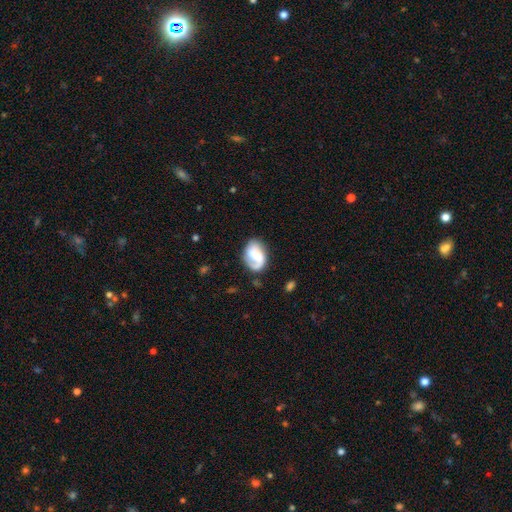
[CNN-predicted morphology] Smooth or featured? Predicted: featured or disk (p=0.65). Edge-on disk? Predicted: no (p=0.97). Bar? Predicted: weak (p=0.41). Spiral arms? Predicted: yes (p=0.89). Spiral winding? Predicted: medium (p=0.37, tied with loose). Spiral arm count? Predicted: 1 (p=0.48). Bulge size? Predicted: moderate (p=0.27, tied with large). Merging? Predicted: none (p=0.61).